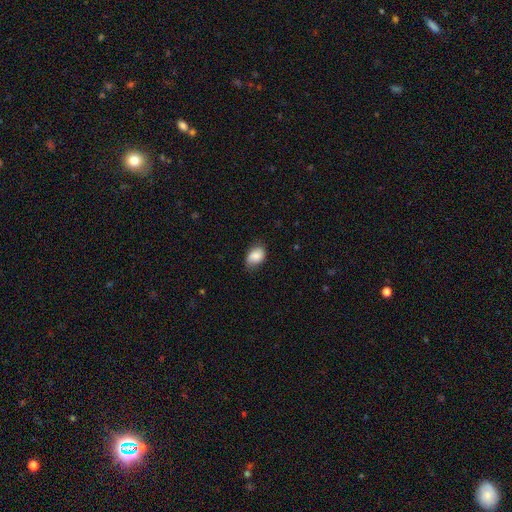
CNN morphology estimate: The model was most divided on "merging": none: 65%, minor disturbance: 28%, major disturbance: 6%, merger: 1%. More confident: smooth or featured — smooth (82%); how rounded — in between (80%).